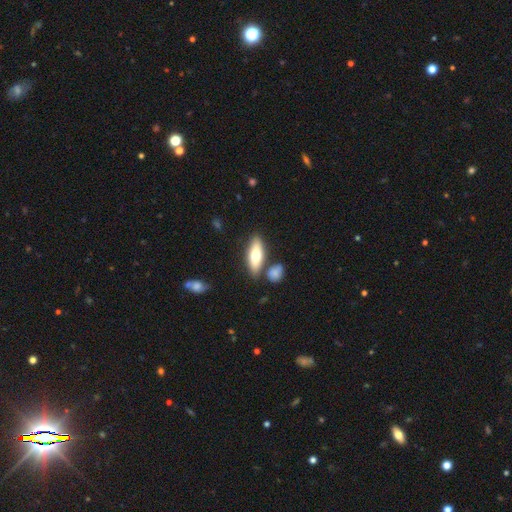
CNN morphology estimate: smooth 66%, featured or disk 28%, star or artifact 6%. Down the decision tree: how rounded — in between (66%); merging — none (75%).